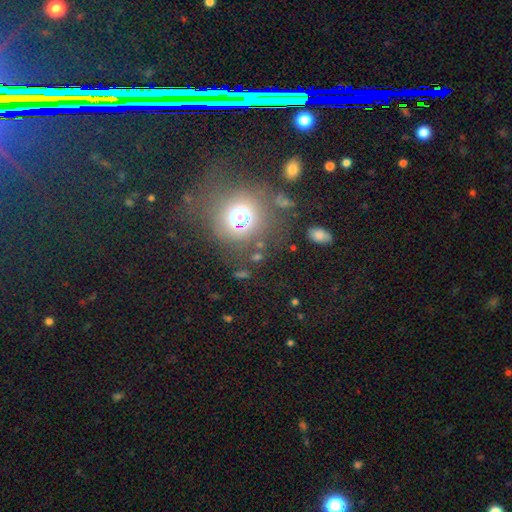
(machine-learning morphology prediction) Smooth or featured: star or artifact — 44% (smooth — 43%)